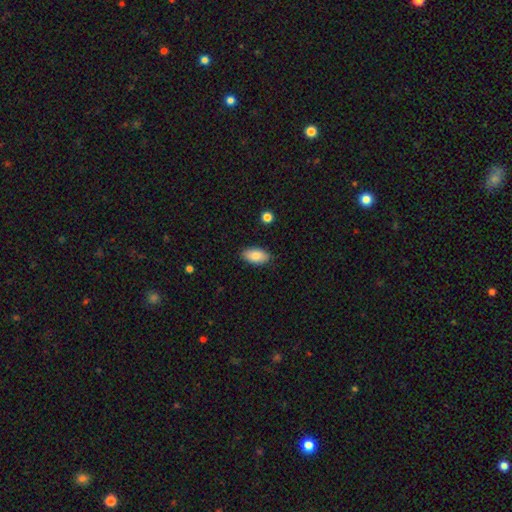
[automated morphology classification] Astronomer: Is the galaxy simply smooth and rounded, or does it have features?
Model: smooth — 85%.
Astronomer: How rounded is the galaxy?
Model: in between — 94%.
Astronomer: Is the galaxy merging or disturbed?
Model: none — 87%.